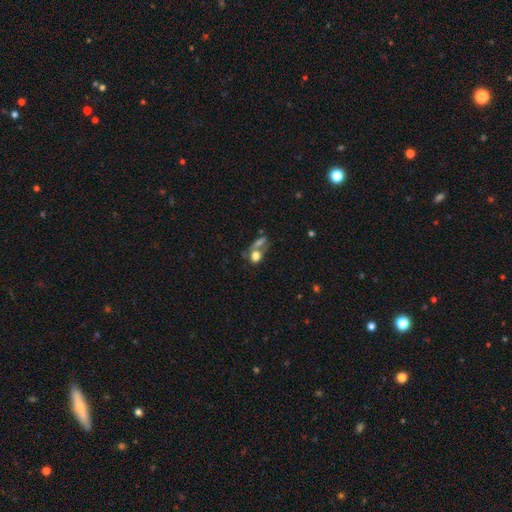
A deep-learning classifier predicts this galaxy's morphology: smooth-or-featured: smooth: 65% | featured or disk: 20% | star or artifact: 15%
  how-rounded: round: 48% | in between: 47% | cigar-shaped: 4%
  merging: merger: 47% | none: 29% | major disturbance: 13% | minor disturbance: 11%